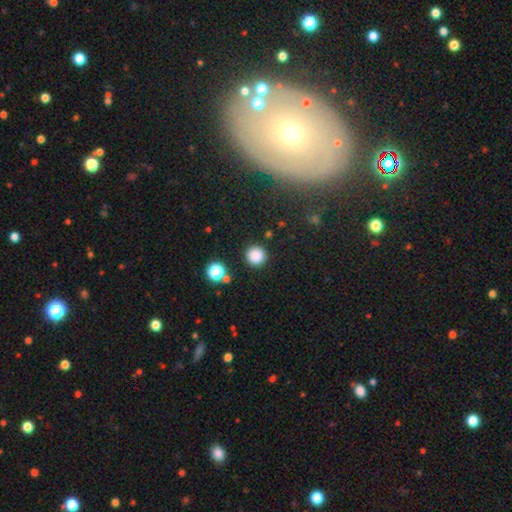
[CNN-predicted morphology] Smooth or featured? smooth (85%)
How rounded? round (95%)
Merging? none (89%)